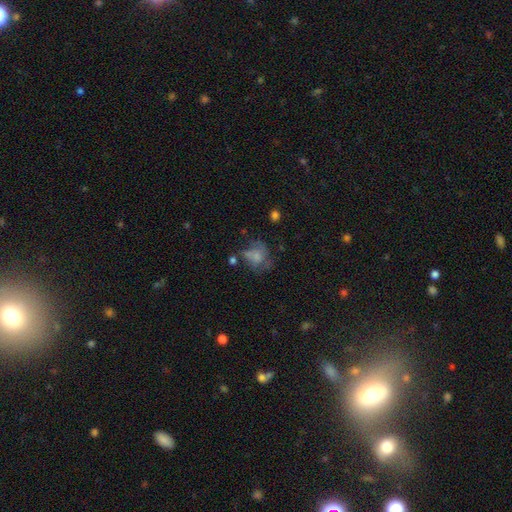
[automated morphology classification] Overall: smooth (53%; featured or disk 35%). How rounded: round (55%; in between 44%). Merging: none (37%; major disturbance 30%).